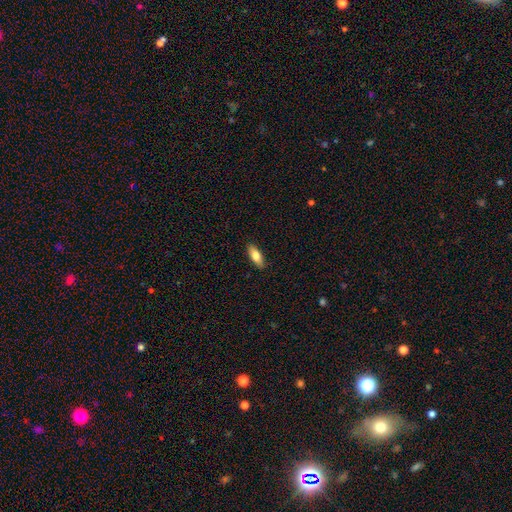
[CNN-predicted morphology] Smooth or featured?
  - smooth: 77% *
  - featured or disk: 17%
  - star or artifact: 6%
How rounded?
  - in between: 74% *
  - cigar-shaped: 24%
  - round: 2%
Merging?
  - none: 88% *
  - minor disturbance: 9%
  - major disturbance: 2%
  - merger: 1%